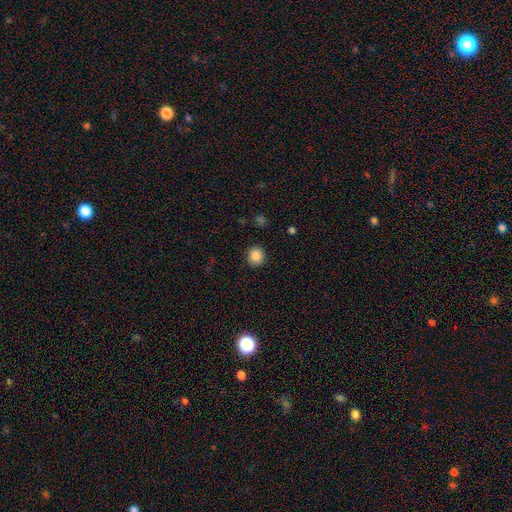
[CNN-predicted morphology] This is clearly a smooth galaxy (86%). How rounded: clearly round (89%). Merging: clearly none (91%).